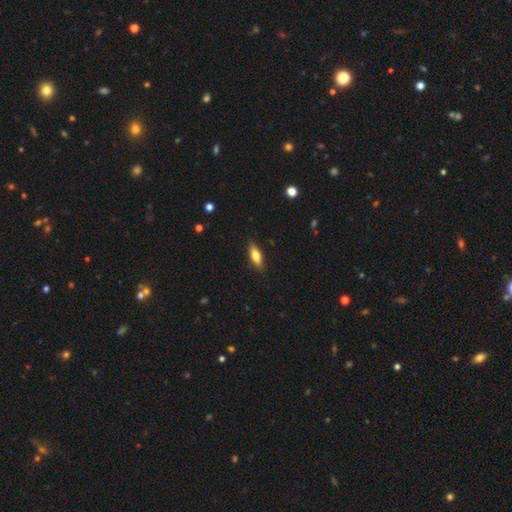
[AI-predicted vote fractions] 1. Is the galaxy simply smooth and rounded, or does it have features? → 73% smooth, 20% featured or disk, 6% star or artifact.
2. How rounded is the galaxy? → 70% in between, 28% cigar-shaped, 3% round.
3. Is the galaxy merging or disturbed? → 88% none, 9% minor disturbance, 2% major disturbance, 1% merger.